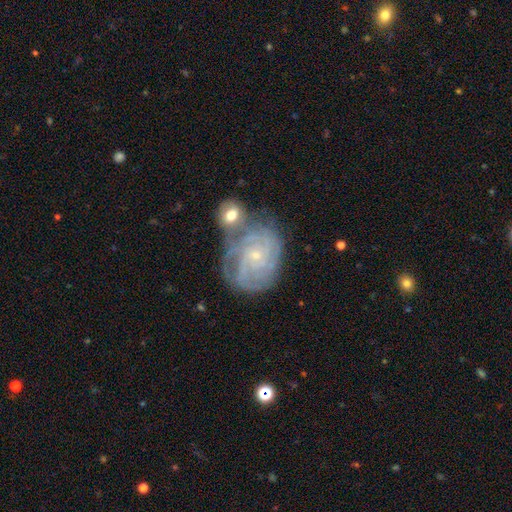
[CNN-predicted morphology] This is clearly a featured or disk galaxy (84%). It is clearly not viewed edge-on (98%). Bar: likely no (75%). Spiral arm pattern: clearly yes (96%). Spiral arm count: marginally can't tell (31%). Spiral winding: likely tight (73%). Central bulge: clearly small (83%). Merging: possibly none (48%).